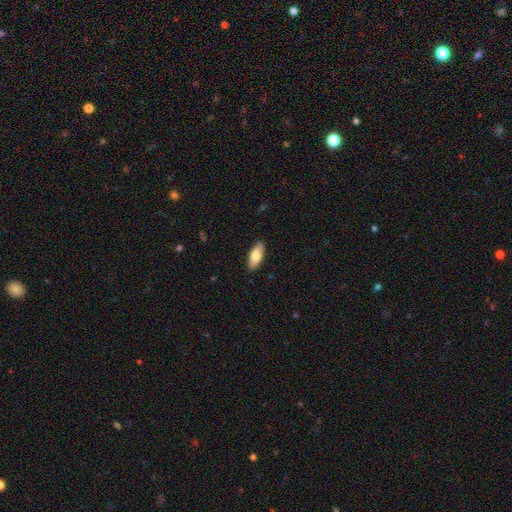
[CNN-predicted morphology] smooth 79%, featured or disk 16%, star or artifact 6%. Down the decision tree: how rounded — in between (82%); merging — none (90%).